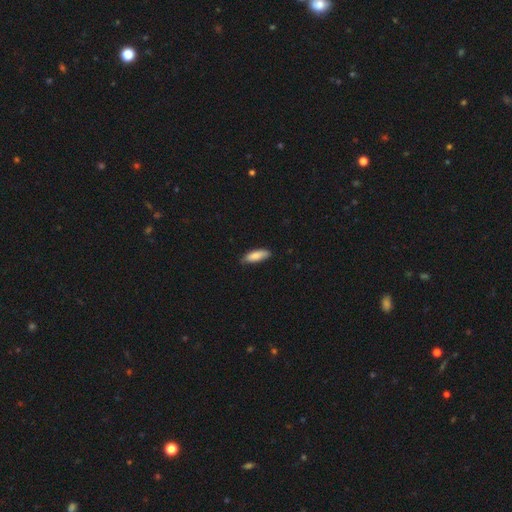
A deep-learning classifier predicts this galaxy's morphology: Smooth or featured? smooth (86%)
How rounded? in between (57%)
Merging? none (81%)